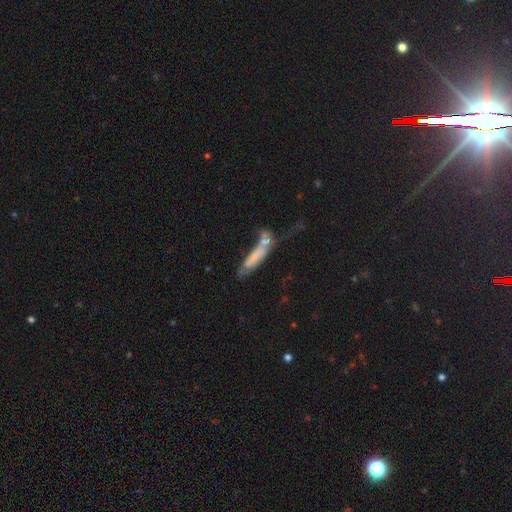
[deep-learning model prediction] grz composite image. It shows a smooth galaxy with no disk features (58%) that is cigar-shaped (77%). Merging: merger (38%).